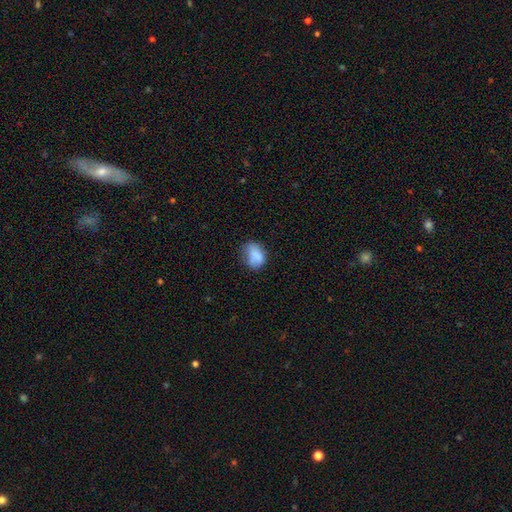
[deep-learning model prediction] A smooth galaxy with no disk features (80%) that is in between round and cigar-shaped (74%).

Vote fractions:
- Smooth or featured? smooth: 80% / featured or disk: 11% / star or artifact: 9%
- How rounded? in between: 74% / round: 24% / cigar-shaped: 2%
- Merging? none: 49% / minor disturbance: 34% / major disturbance: 12% / merger: 5%